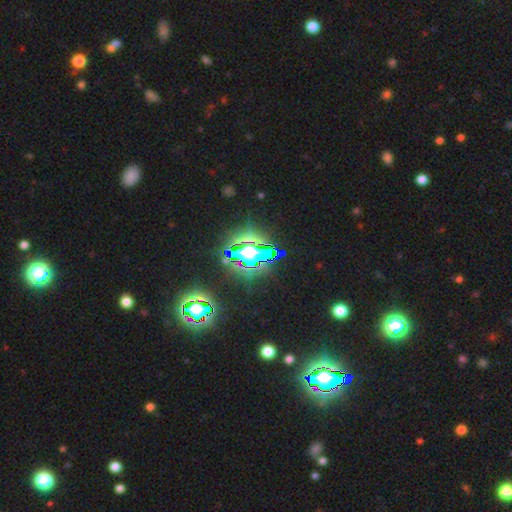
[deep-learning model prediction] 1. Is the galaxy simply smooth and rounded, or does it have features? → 71% star or artifact, 16% smooth, 13% featured or disk.